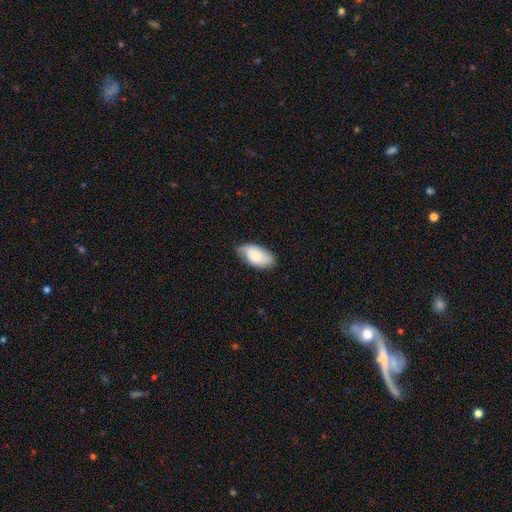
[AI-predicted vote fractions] Overall: smooth (76%). How rounded: in between (95%). Merging: none (65%; minor disturbance 29%).